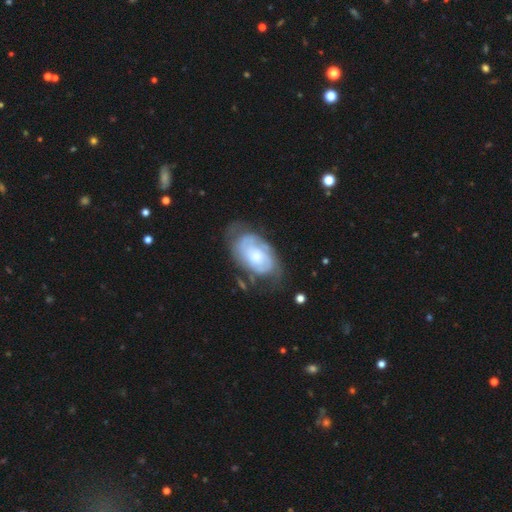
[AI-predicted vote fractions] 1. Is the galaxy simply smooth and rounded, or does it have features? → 74% featured or disk, 20% smooth, 6% star or artifact.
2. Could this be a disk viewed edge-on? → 96% no, 4% yes.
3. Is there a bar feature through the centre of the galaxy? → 75% no, 22% weak, 4% strong.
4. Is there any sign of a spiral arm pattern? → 87% yes, 13% no.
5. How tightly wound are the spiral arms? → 64% tight, 27% medium, 9% loose.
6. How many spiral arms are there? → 43% can't tell, 34% 2, 10% 3, 6% 1, 4% 4, 3% more than 4.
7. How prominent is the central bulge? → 42% moderate, 38% small, 12% large, 6% none, 2% dominant.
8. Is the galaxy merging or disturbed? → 60% none, 24% minor disturbance, 13% major disturbance, 2% merger.